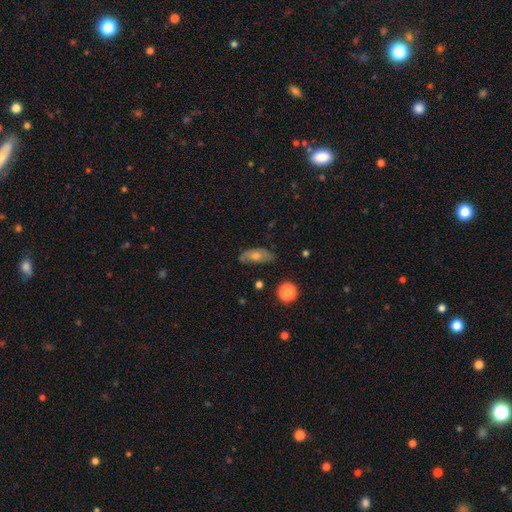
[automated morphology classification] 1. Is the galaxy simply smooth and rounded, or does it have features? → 47% smooth, 41% featured or disk, 12% star or artifact.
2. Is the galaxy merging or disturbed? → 74% none, 19% minor disturbance, 4% major disturbance, 2% merger.